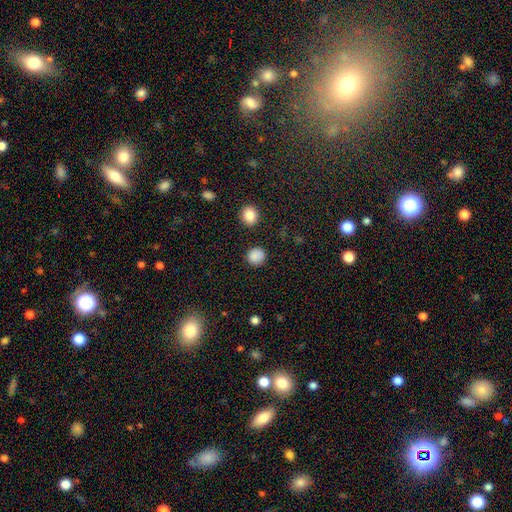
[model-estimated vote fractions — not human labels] Smooth or featured? smooth (86%)
How rounded? round (91%)
Merging? none (89%)